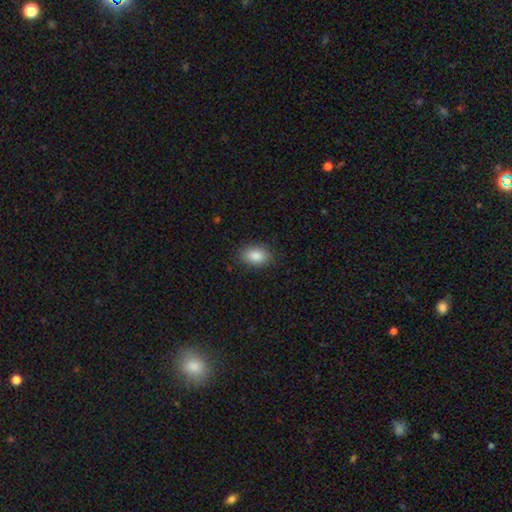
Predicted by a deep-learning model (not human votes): Smooth or featured?
  - smooth: 87% *
  - star or artifact: 7%
  - featured or disk: 5%
How rounded?
  - in between: 88% *
  - round: 10%
  - cigar-shaped: 1%
Merging?
  - none: 86% *
  - minor disturbance: 11%
  - major disturbance: 3%
  - merger: 1%